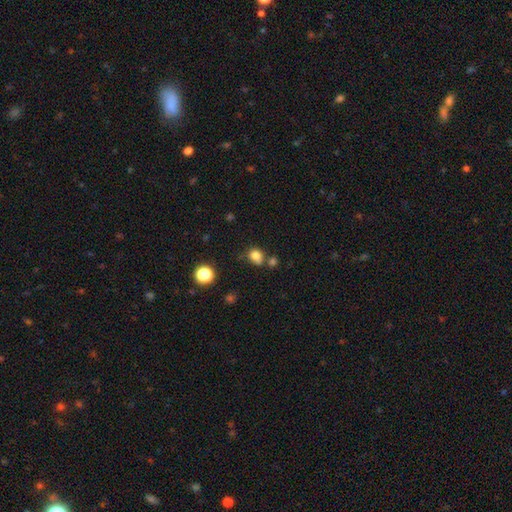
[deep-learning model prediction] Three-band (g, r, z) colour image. It shows a smooth galaxy with no disk features (80%) that is round (63%). Merging: none (57%).